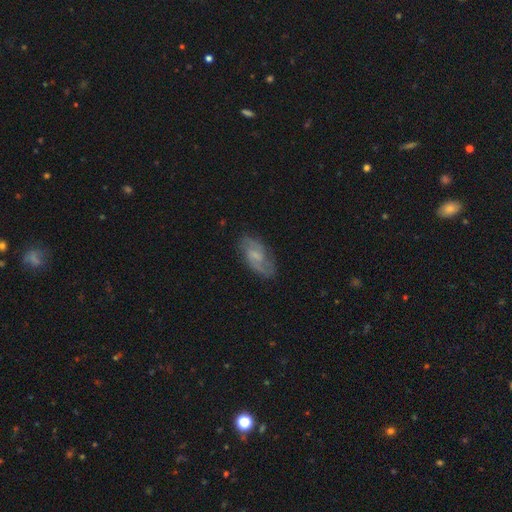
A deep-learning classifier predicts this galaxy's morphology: Q: Smooth or featured?
A: featured or disk (64%); runner-up: smooth (29%)
Q: Edge-on disk?
A: no (94%); runner-up: yes (6%)
Q: Bar?
A: weak (50%); runner-up: no (41%)
Q: Spiral arms?
A: yes (88%); runner-up: no (12%)
Q: Spiral winding?
A: medium (47%); runner-up: loose (30%)
Q: Spiral arm count?
A: 2 (74%); runner-up: can't tell (16%)
Q: Bulge size?
A: small (41%); runner-up: none (29%)
Q: Merging?
A: none (74%); runner-up: minor disturbance (18%)